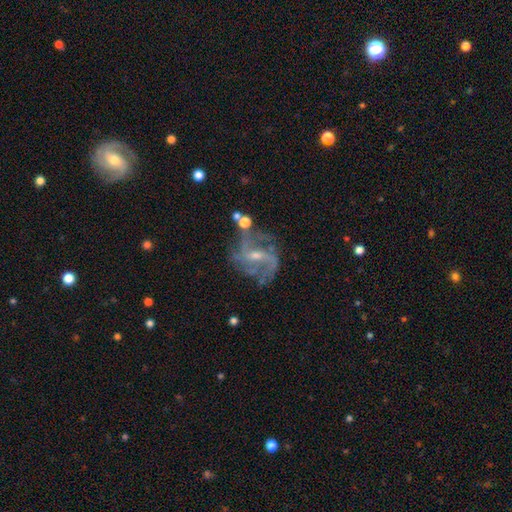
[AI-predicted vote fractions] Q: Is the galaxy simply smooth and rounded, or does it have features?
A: featured or disk — 83%.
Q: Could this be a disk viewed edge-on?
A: no — 97%.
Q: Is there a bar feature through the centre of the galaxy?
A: weak — 48%.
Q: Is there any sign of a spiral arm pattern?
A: yes — 91%.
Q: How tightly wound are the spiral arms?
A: loose — 44%.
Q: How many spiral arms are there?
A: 2 — 54%.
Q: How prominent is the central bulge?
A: small — 59%.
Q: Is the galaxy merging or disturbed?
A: none — 59%.